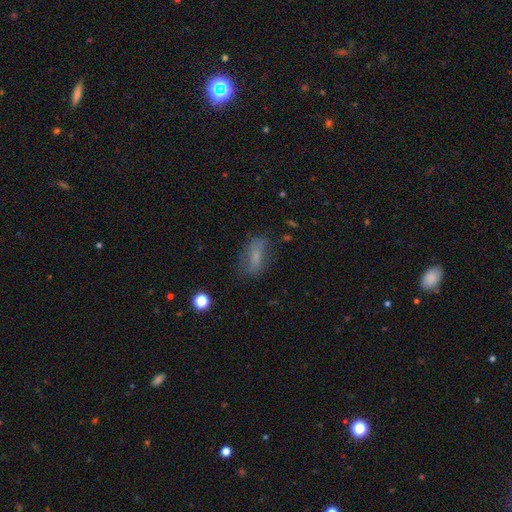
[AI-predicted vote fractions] smooth 61%, featured or disk 26%, star or artifact 13%. Down the decision tree: how rounded — in between (73%); merging — none (64%).